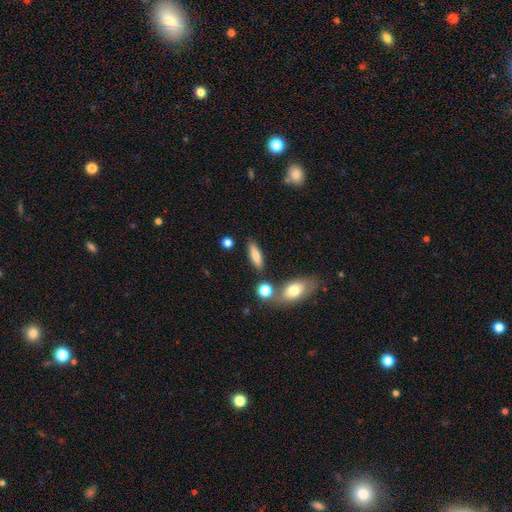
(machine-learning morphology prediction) The model was most divided on "how rounded": cigar-shaped: 51%, in between: 45%, round: 4%. More confident: merging — none (78%); smooth or featured — smooth (75%).